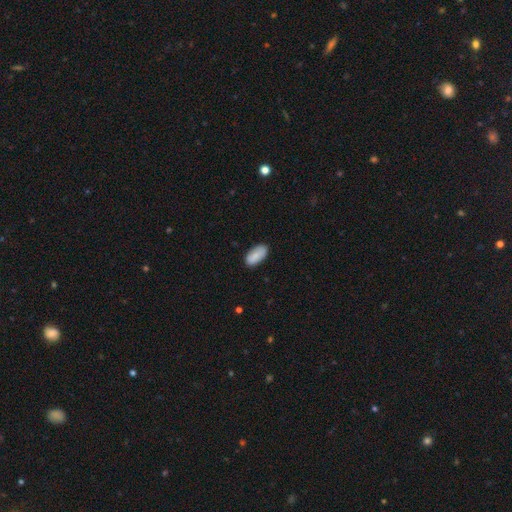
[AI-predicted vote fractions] Morphology: type=smooth (87%); roundness=in between (93%); merging=none (84%).